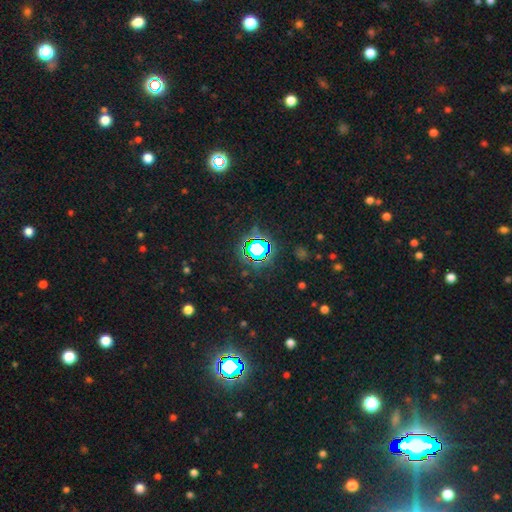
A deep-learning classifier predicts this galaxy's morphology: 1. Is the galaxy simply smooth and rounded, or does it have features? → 76% star or artifact, 16% smooth, 8% featured or disk.